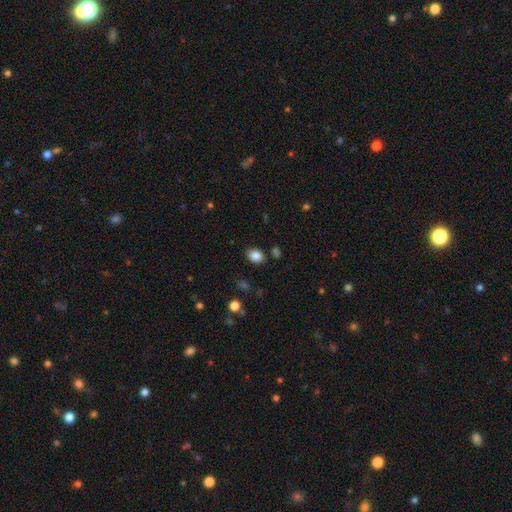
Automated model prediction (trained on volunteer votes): smooth_or_featured: smooth (p=0.85) [alt: star or artifact p=0.09]
how_rounded: in between (p=0.71) [alt: round p=0.28]
merging: none (p=0.83) [alt: minor disturbance p=0.11]